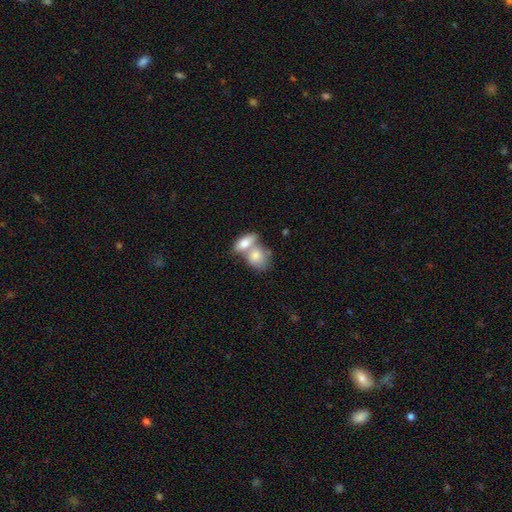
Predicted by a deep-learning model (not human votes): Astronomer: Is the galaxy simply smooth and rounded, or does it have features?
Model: smooth — 79%.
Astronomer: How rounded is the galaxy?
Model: in between — 74%.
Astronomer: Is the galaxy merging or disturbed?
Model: merger — 66%.